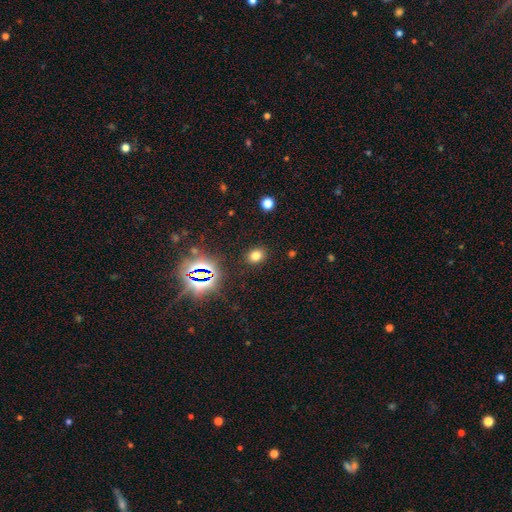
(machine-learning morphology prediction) This appears to be a smooth galaxy with no disk features (73%) that is in between round and cigar-shaped (50%). Merging: none (88%).